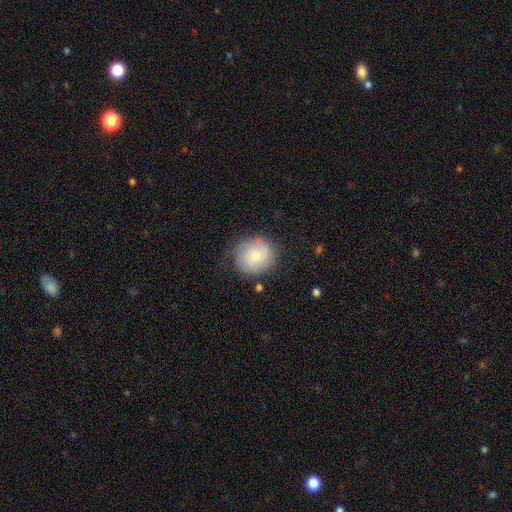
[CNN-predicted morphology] The model was most divided on "merging": none: 70%, minor disturbance: 21%, major disturbance: 7%, merger: 2%. More confident: how rounded — round (80%); smooth or featured — smooth (73%).